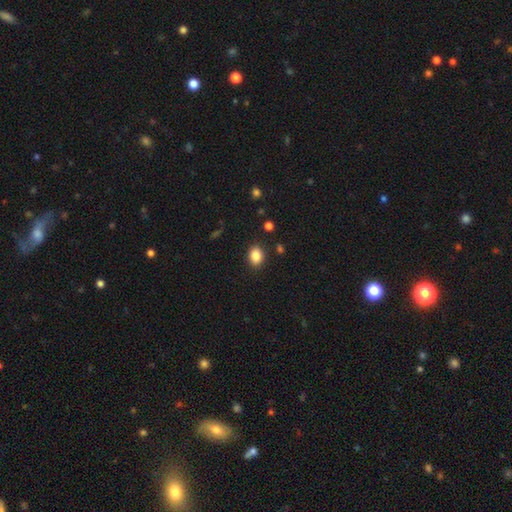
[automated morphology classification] This appears to be a smooth galaxy with no disk features (86%) that is in between round and cigar-shaped (63%). Merging: none (87%).